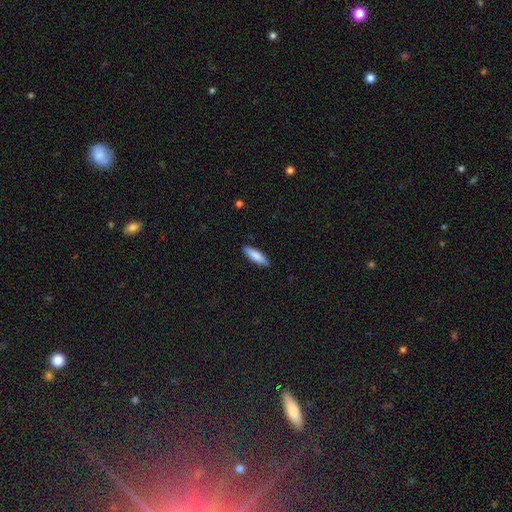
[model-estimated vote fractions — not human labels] Smooth or featured? smooth (83%)
How rounded? cigar-shaped (60%)
Merging? none (89%)